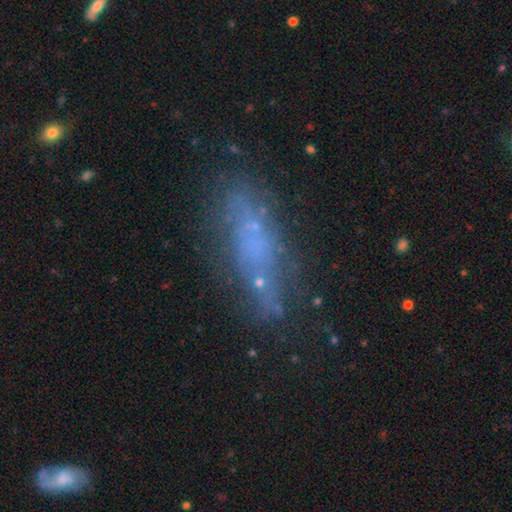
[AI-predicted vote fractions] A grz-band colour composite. It shows a smooth galaxy with no disk features (41%, tied with featured or disk). Merging: none (58%).